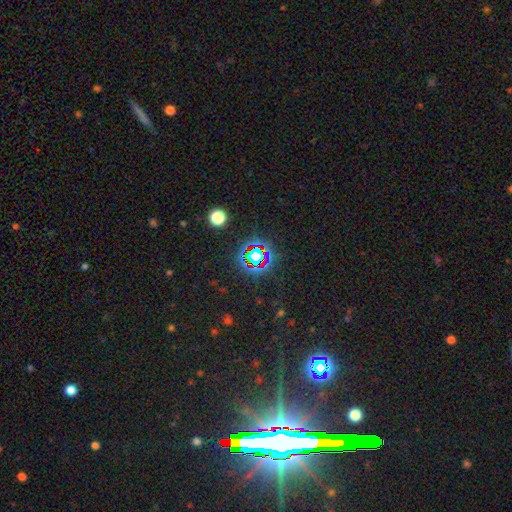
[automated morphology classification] A star or artifact, not a galaxy (73%).

Vote fractions:
- Smooth or featured? star or artifact: 73% / smooth: 16% / featured or disk: 11%